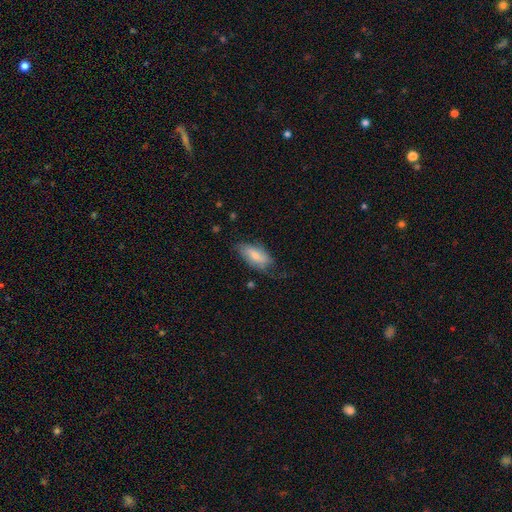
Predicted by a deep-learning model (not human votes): Smooth or featured? Predicted: smooth (p=0.70). How rounded? Predicted: in between (p=0.87). Merging? Predicted: none (p=0.56).